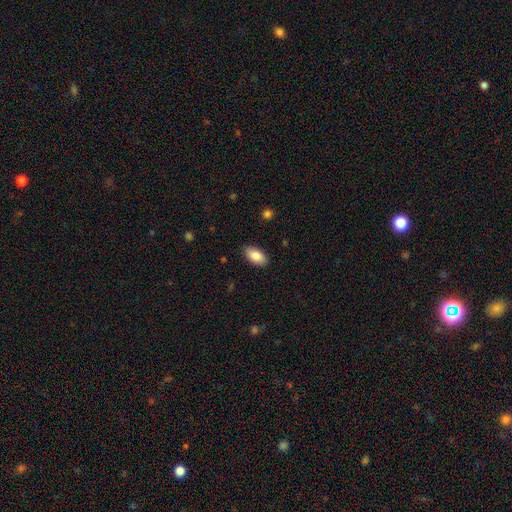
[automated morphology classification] A smooth galaxy with no disk features (86%) that is in between round and cigar-shaped (94%).

Vote fractions:
- Smooth or featured? smooth: 86% / featured or disk: 7% / star or artifact: 6%
- How rounded? in between: 94% / round: 3% / cigar-shaped: 3%
- Merging? none: 87% / minor disturbance: 10% / major disturbance: 2% / merger: 1%